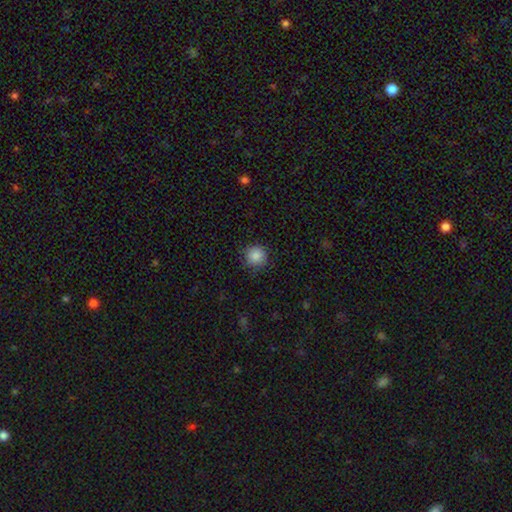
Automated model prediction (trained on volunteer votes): smooth 86%, star or artifact 10%, featured or disk 4%. Down the decision tree: how rounded — round (94%); merging — none (84%).